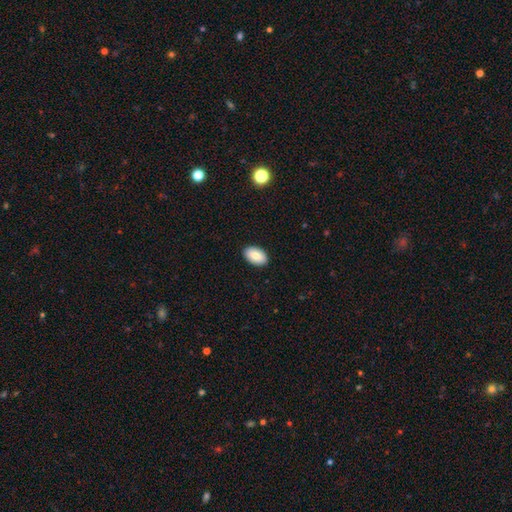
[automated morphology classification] This is clearly a smooth galaxy (84%). How rounded: clearly in between (93%). Merging: clearly none (90%).